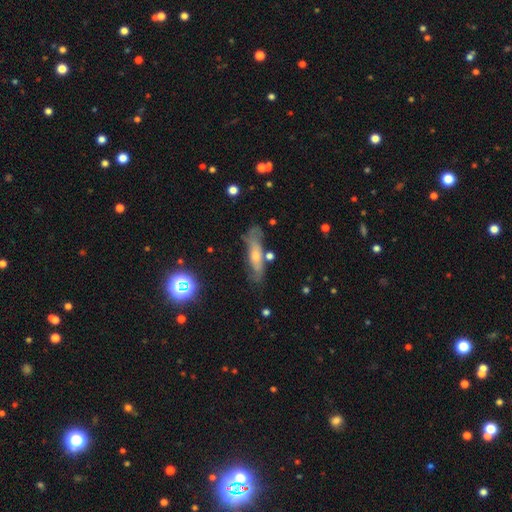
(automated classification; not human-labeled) A featured or disk galaxy (50%) viewed edge-on (52%). Merging: none (66%).